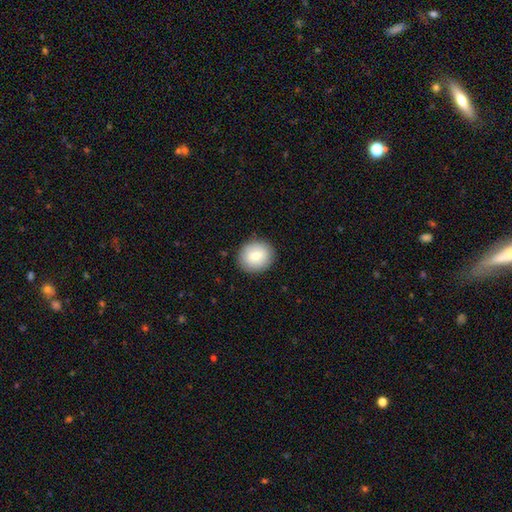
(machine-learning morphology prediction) Smooth or featured?
  - smooth: 76% *
  - featured or disk: 16%
  - star or artifact: 8%
How rounded?
  - round: 84% *
  - in between: 15%
  - cigar-shaped: 1%
Merging?
  - none: 90% *
  - minor disturbance: 7%
  - major disturbance: 2%
  - merger: 1%